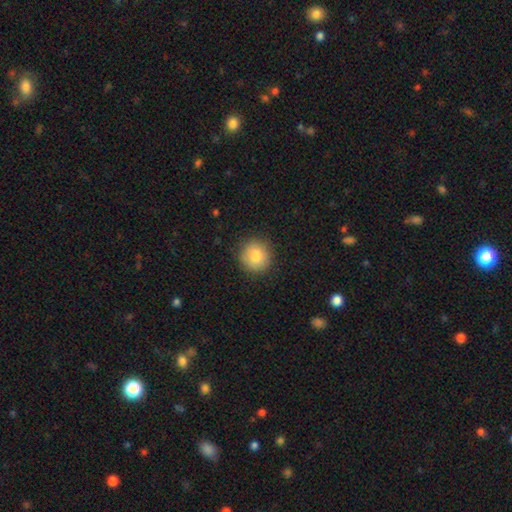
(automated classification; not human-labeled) Smooth or featured? Predicted: smooth (p=0.85). How rounded? Predicted: round (p=0.92). Merging? Predicted: none (p=0.88).